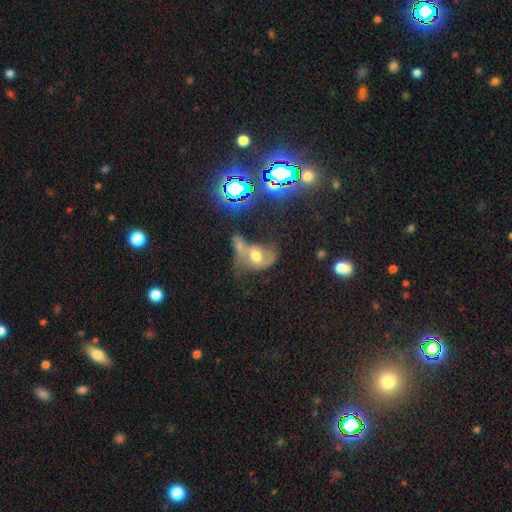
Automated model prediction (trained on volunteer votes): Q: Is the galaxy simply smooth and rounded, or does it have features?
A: smooth — 40%.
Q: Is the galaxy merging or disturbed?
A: merger — 48%.